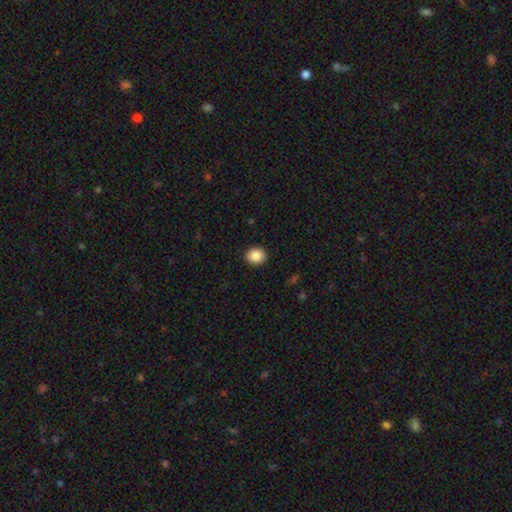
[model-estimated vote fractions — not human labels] Smooth or featured? Predicted: smooth (p=0.87). How rounded? Predicted: round (p=0.77). Merging? Predicted: none (p=0.92).